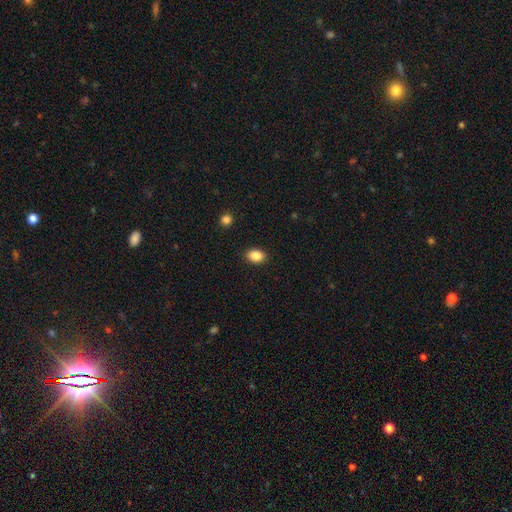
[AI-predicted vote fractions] Smooth or featured: smooth — 87% (star or artifact — 9%)
How rounded: in between — 75% (round — 24%)
Merging: none — 90% (minor disturbance — 7%)